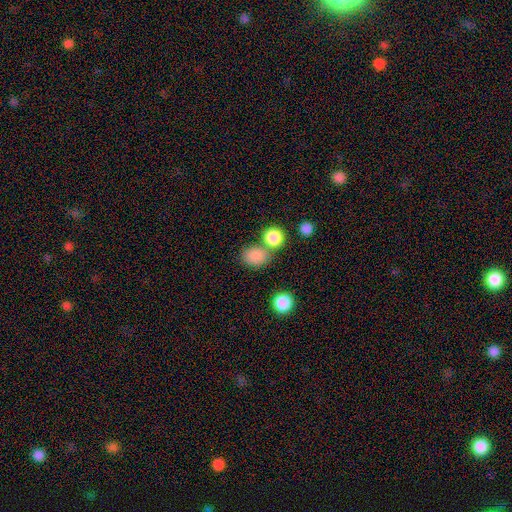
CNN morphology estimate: The model was most divided on "how rounded": in between: 57%, round: 41%, cigar-shaped: 1%. More confident: smooth or featured — smooth (84%); merging — none (58%).